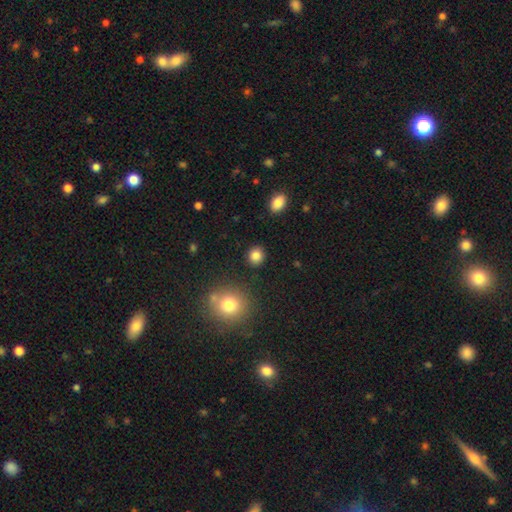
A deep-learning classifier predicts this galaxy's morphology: A smooth galaxy with no disk features (85%) that is round (86%). Merging: none (90%).